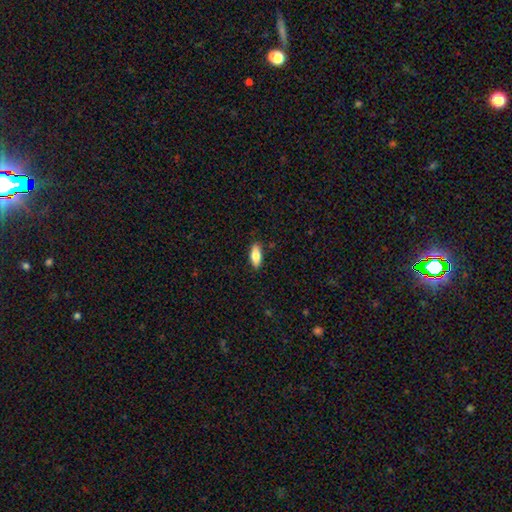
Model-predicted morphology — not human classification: This appears to be a smooth galaxy with no disk features (81%) that is in between round and cigar-shaped (77%). Merging: none (87%).